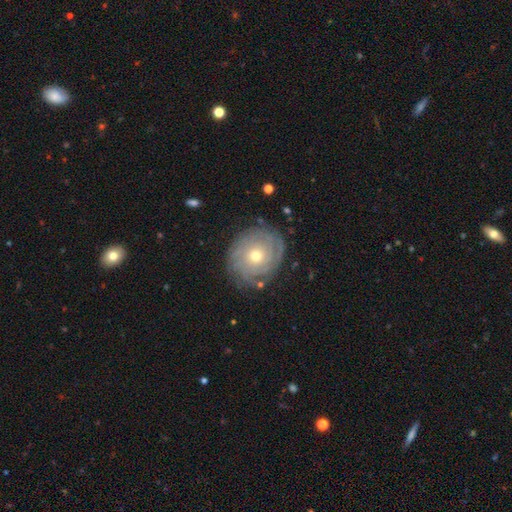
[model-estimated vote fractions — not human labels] Smooth or featured?
  - featured or disk: 71% *
  - smooth: 21%
  - star or artifact: 9%
Edge-on disk?
  - no: 96% *
  - yes: 4%
Bar?
  - no: 86% *
  - weak: 12%
  - strong: 3%
Spiral arms?
  - yes: 83% *
  - no: 17%
Spiral winding?
  - tight: 80% *
  - medium: 14%
  - loose: 5%
Spiral arm count?
  - can't tell: 53% *
  - 2: 14%
  - 3: 12%
  - 4: 9%
  - more than 4: 7%
  - 1: 5%
Bulge size?
  - moderate: 53% *
  - small: 44%
  - large: 2%
  - dominant: 1%
  - none: 1%
Merging?
  - none: 81% *
  - minor disturbance: 13%
  - major disturbance: 4%
  - merger: 2%